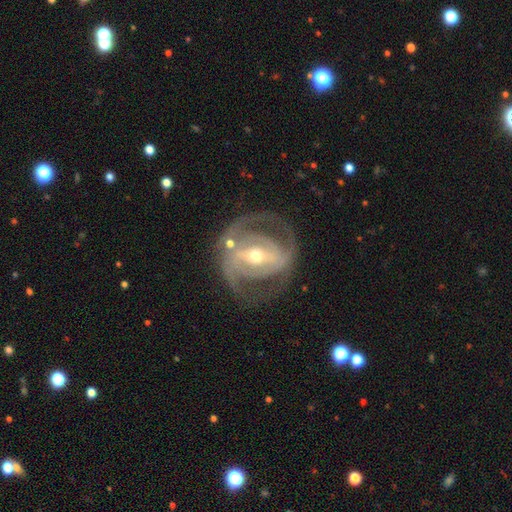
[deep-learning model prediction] This is clearly a featured or disk galaxy (87%). It is clearly not viewed edge-on (96%). Bar: possibly strong (51%). Spiral arm pattern: clearly yes (87%). Spiral arm count: likely 2 (68%). Spiral winding: marginally tight (45%). Central bulge: possibly moderate (50%). Merging: likely none (66%).